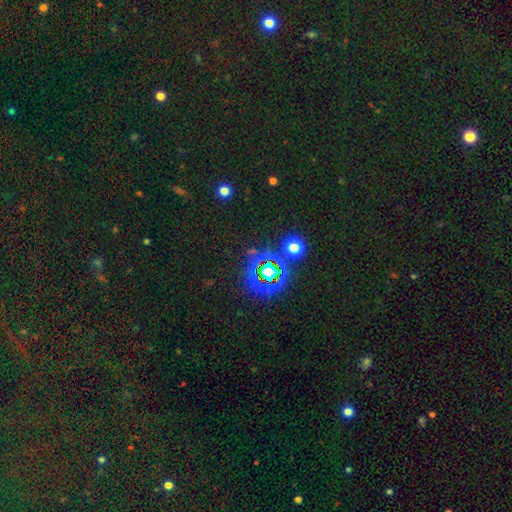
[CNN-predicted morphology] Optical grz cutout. It shows a star or artifact, not a galaxy (74%).